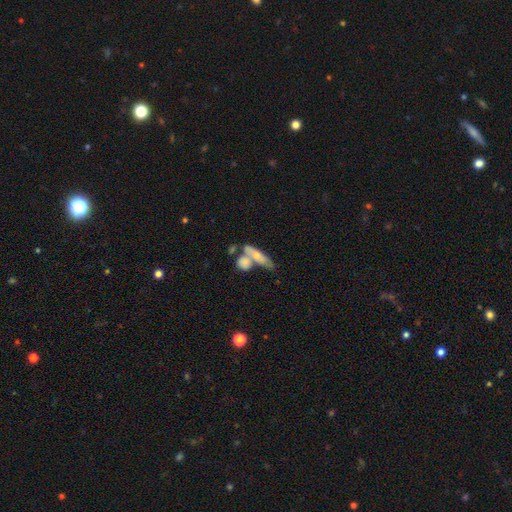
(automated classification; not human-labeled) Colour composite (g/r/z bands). It shows a smooth galaxy with no disk features (61%) that is cigar-shaped (49%). Merging: merger (46%).